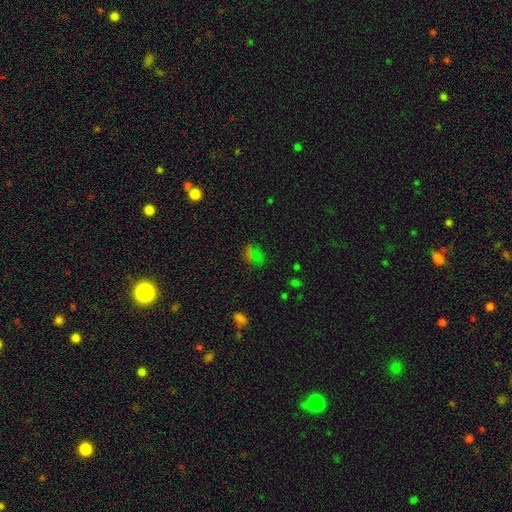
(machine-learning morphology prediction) smooth_or_featured: smooth (p=0.48) [alt: star or artifact p=0.44]
merging: none (p=0.77) [alt: minor disturbance p=0.12]